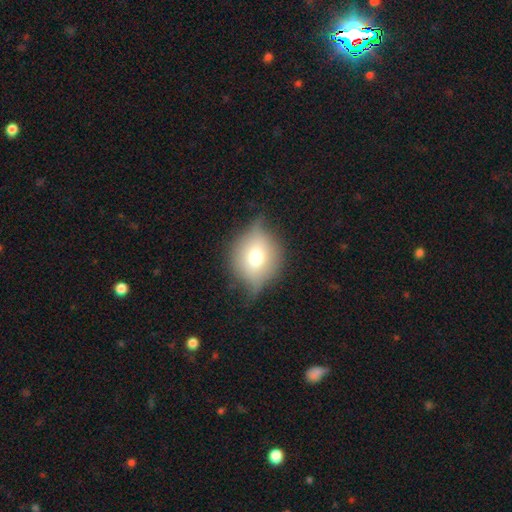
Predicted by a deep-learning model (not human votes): smooth 49%, featured or disk 41%, star or artifact 10%. Down the decision tree: merging — none (51%).